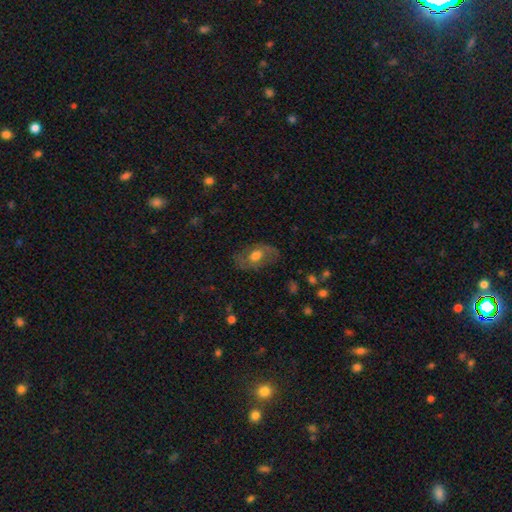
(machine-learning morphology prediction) The model was most divided on "smooth or featured": smooth: 47%, featured or disk: 45%, star or artifact: 8%. More confident: merging — none (71%).